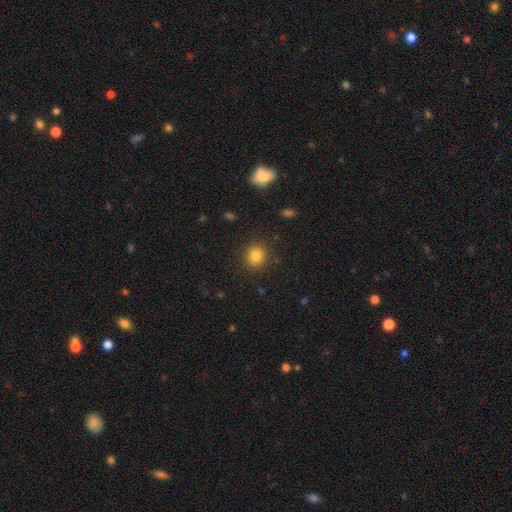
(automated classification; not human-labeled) This appears to be a smooth galaxy with no disk features (82%) that is round (85%). Merging: none (89%).